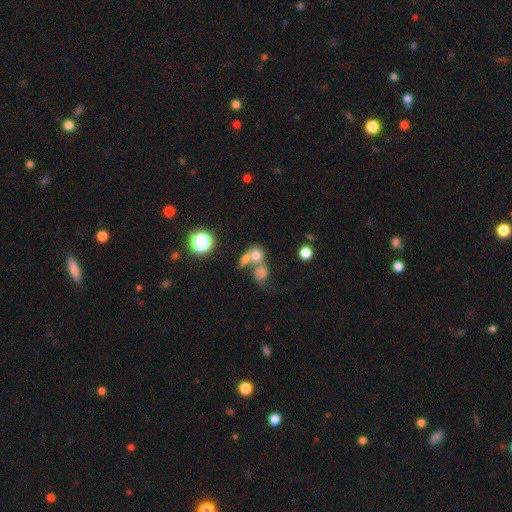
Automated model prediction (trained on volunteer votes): Smooth or featured: smooth — 65% (featured or disk — 20%)
How rounded: round — 64% (in between — 34%)
Merging: merger — 63% (none — 21%)